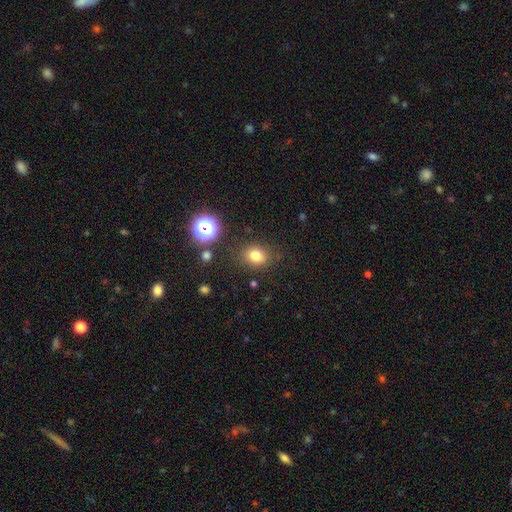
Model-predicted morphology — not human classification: Overall: smooth (77%). How rounded: round (54%; in between 45%). Merging: none (81%).